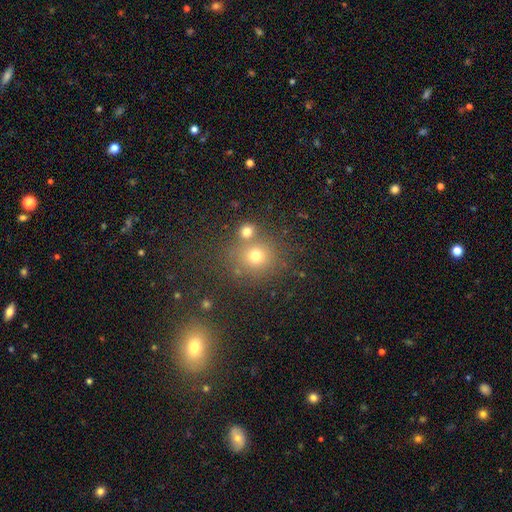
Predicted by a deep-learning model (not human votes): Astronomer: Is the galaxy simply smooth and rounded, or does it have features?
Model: smooth — 71%.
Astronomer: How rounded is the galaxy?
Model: round — 88%.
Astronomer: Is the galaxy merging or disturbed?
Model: none — 68%.